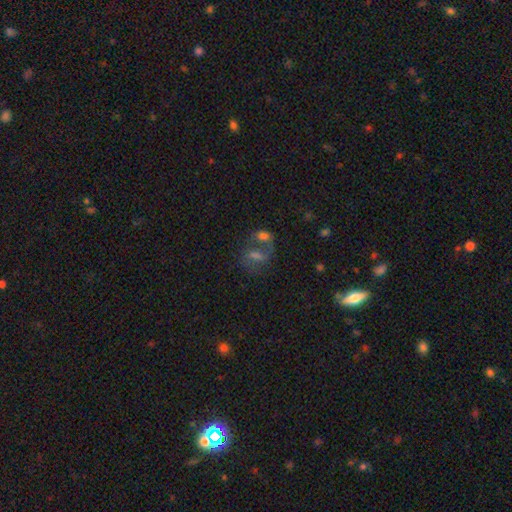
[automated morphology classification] Smooth or featured? Predicted: smooth (p=0.40). Merging? Predicted: merger (p=0.45).